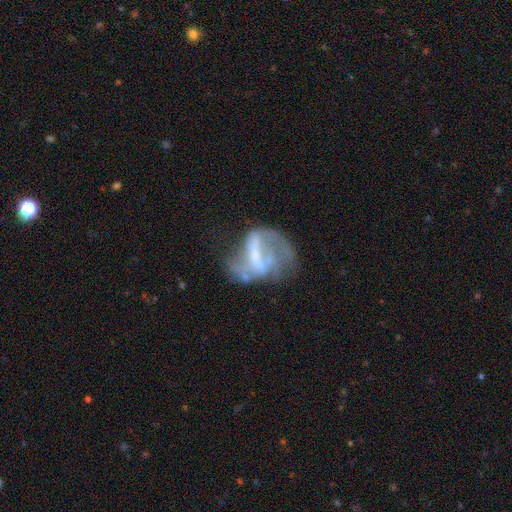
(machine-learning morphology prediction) This appears to be a featured or disk galaxy (74%) with a weak bar (41%), spiral arms (61%) and a small central bulge (49%). Merging: major disturbance (37%).